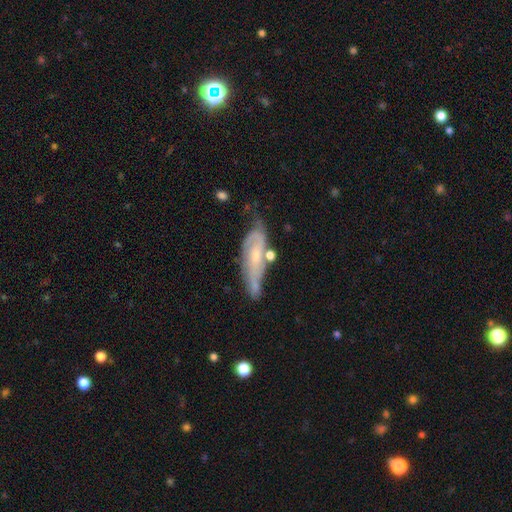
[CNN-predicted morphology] Smooth or featured? featured or disk (72%)
Edge-on disk? no (80%)
Bar? no (56%)
Spiral arms? yes (87%)
Spiral winding? medium (41%)
Spiral arm count? 2 (53%)
Bulge size? small (56%)
Merging? none (46%)